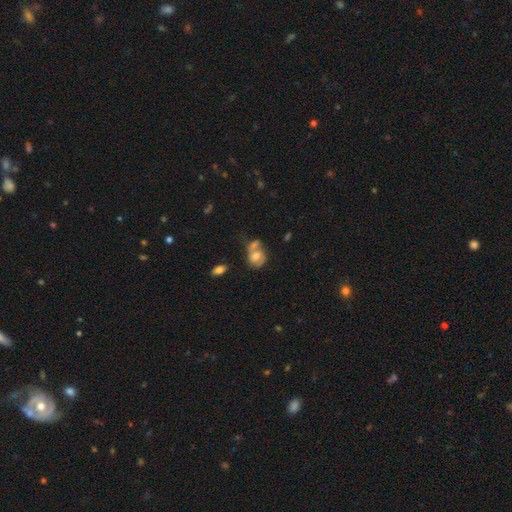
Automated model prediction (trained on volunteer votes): This is marginally a smooth galaxy (44%, tied with featured or disk). Merging: marginally none (39%).